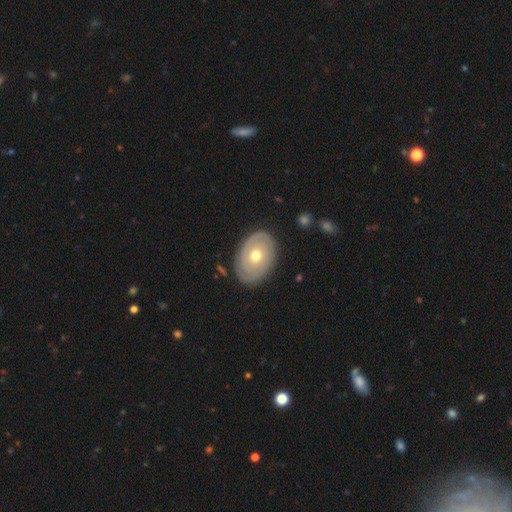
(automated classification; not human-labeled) Smooth or featured?
  - featured or disk: 62% *
  - smooth: 32%
  - star or artifact: 5%
Edge-on disk?
  - no: 94% *
  - yes: 6%
Bar?
  - no: 88% *
  - weak: 10%
  - strong: 3%
Spiral arms?
  - yes: 55% *
  - no: 45%
Bulge size?
  - moderate: 69% *
  - small: 27%
  - large: 3%
  - dominant: 1%
  - none: 1%
Merging?
  - none: 83% *
  - minor disturbance: 12%
  - major disturbance: 3%
  - merger: 1%